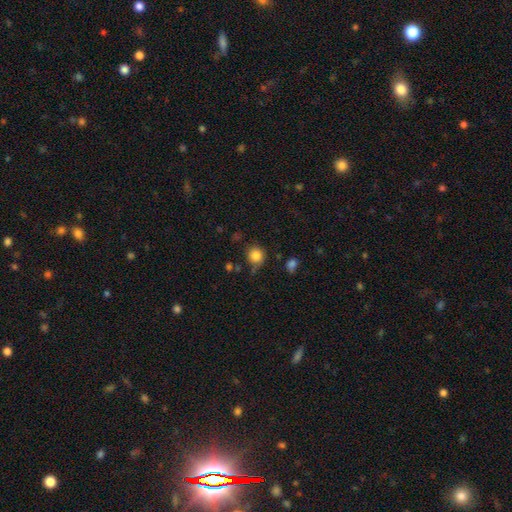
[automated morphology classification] Smooth or featured: smooth — 84% (star or artifact — 11%)
How rounded: round — 90% (in between — 10%)
Merging: none — 74% (minor disturbance — 17%)